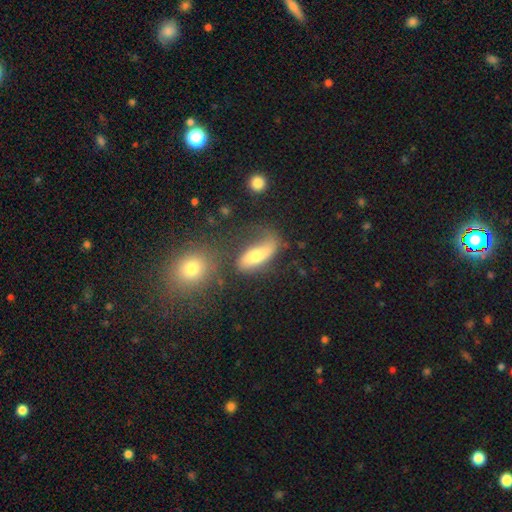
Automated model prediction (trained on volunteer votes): smooth 48%, featured or disk 41%, star or artifact 11%. Down the decision tree: merging — none (40%).